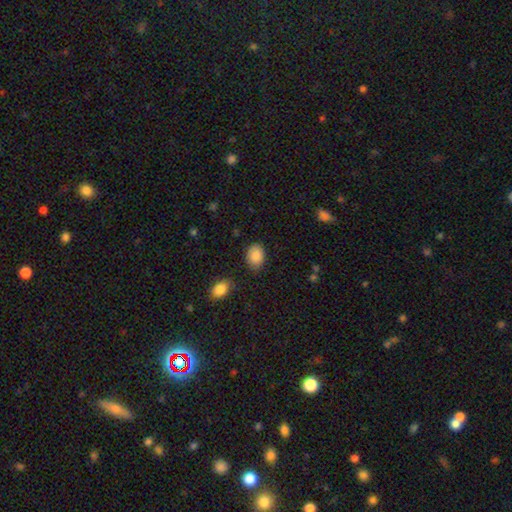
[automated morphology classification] Smooth or featured? smooth (88%)
How rounded? in between (79%)
Merging? none (81%)